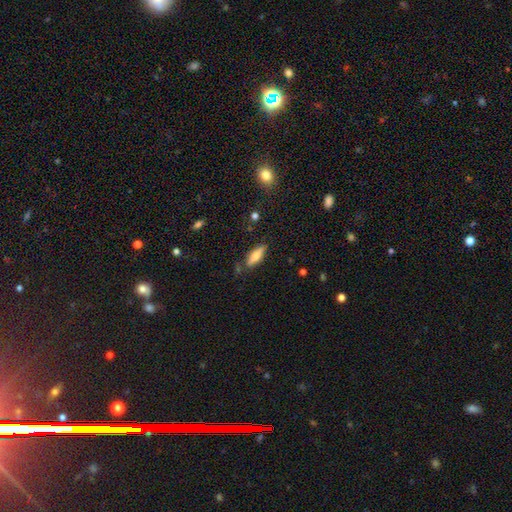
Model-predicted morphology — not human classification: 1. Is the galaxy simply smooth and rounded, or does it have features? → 61% smooth, 32% featured or disk, 7% star or artifact.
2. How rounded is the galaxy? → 50% cigar-shaped, 48% in between, 2% round.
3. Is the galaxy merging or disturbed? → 79% none, 14% minor disturbance, 3% major disturbance, 3% merger.